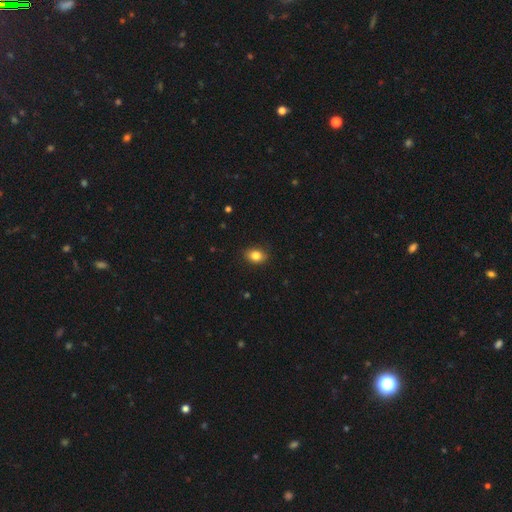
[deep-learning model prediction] Smooth or featured?
  - smooth: 85% *
  - star or artifact: 9%
  - featured or disk: 6%
How rounded?
  - in between: 67% *
  - round: 32%
  - cigar-shaped: 1%
Merging?
  - none: 88% *
  - minor disturbance: 9%
  - major disturbance: 2%
  - merger: 1%